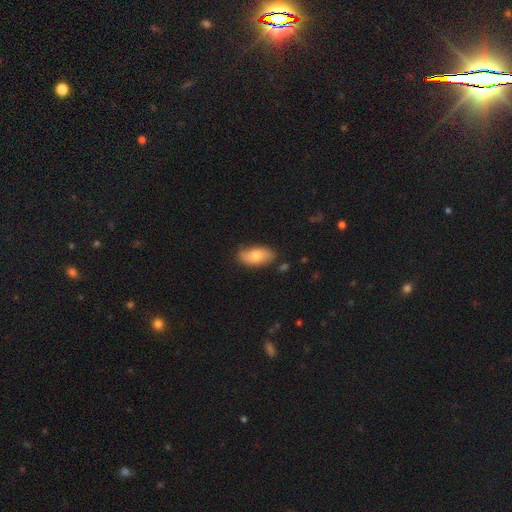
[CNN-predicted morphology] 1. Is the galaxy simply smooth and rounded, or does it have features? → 70% smooth, 23% featured or disk, 6% star or artifact.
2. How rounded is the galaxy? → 91% in between, 5% cigar-shaped, 4% round.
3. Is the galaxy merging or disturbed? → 77% none, 18% minor disturbance, 3% major disturbance, 2% merger.